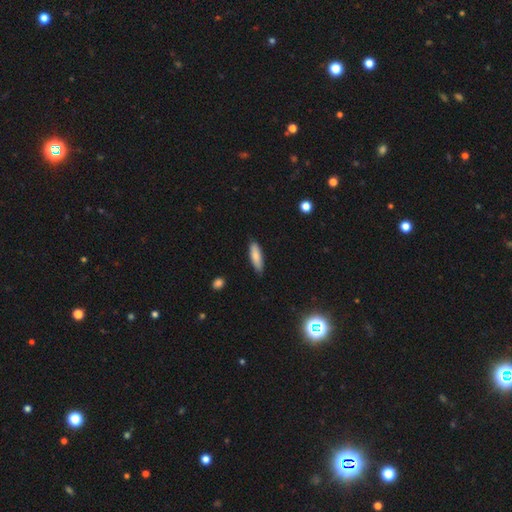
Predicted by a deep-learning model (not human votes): smooth-or-featured: smooth: 82% | featured or disk: 12% | star or artifact: 6%
  how-rounded: cigar-shaped: 57% | in between: 41% | round: 2%
  merging: none: 84% | minor disturbance: 13% | major disturbance: 2% | merger: 1%